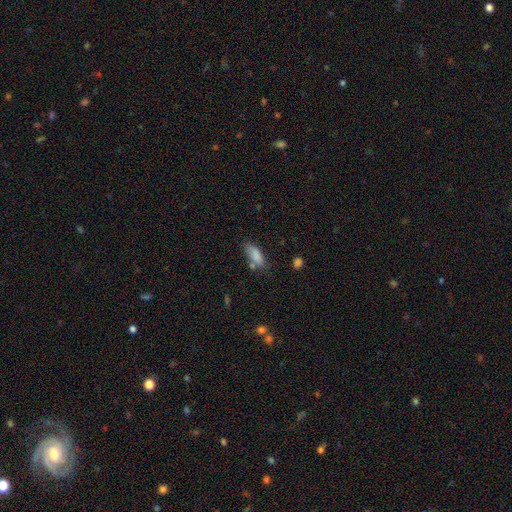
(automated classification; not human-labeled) Smooth or featured? Predicted: smooth (p=0.84). How rounded? Predicted: in between (p=0.70). Merging? Predicted: none (p=0.63).